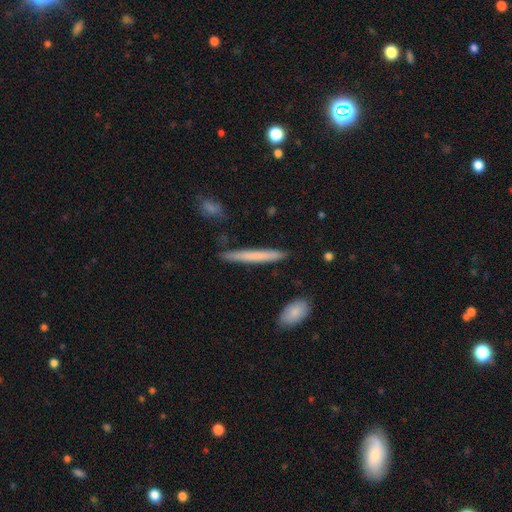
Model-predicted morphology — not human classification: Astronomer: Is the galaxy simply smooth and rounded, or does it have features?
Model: smooth — 64%.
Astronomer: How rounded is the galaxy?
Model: cigar-shaped — 96%.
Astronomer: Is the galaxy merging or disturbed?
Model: none — 88%.